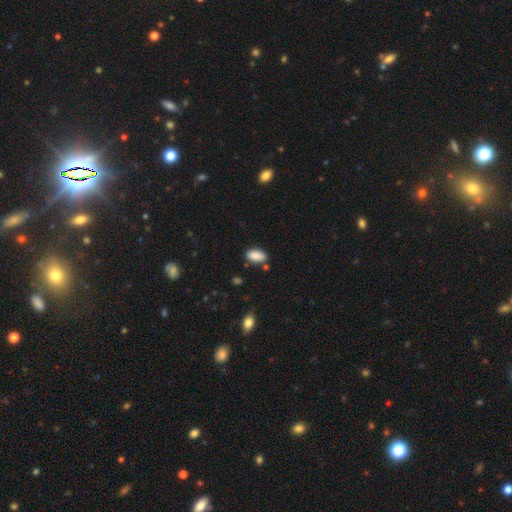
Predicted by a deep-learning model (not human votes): smooth-or-featured: smooth: 88% | star or artifact: 8% | featured or disk: 5%
  how-rounded: in between: 92% | round: 5% | cigar-shaped: 4%
  merging: none: 77% | minor disturbance: 15% | merger: 5% | major disturbance: 3%